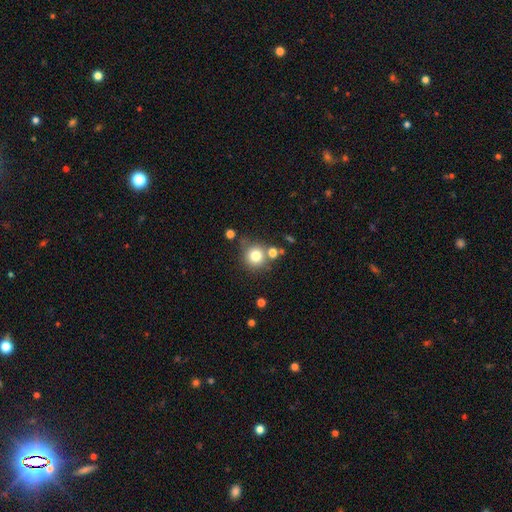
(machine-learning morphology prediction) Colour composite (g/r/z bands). It shows a smooth galaxy with no disk features (78%) that is round (92%). Merging: none (71%).